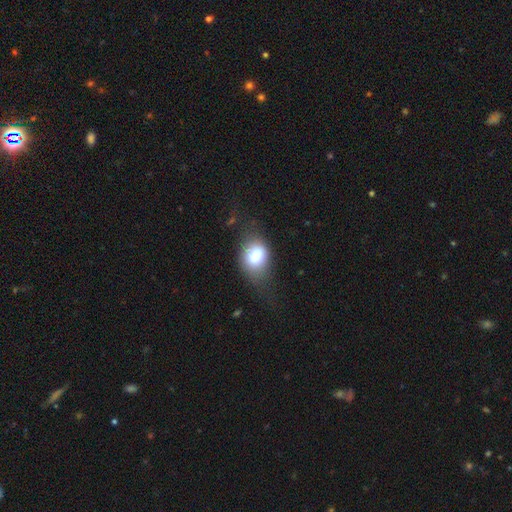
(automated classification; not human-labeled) Overall: smooth (75%). How rounded: in between (67%; round 32%). Merging: none (60%; minor disturbance 23%).